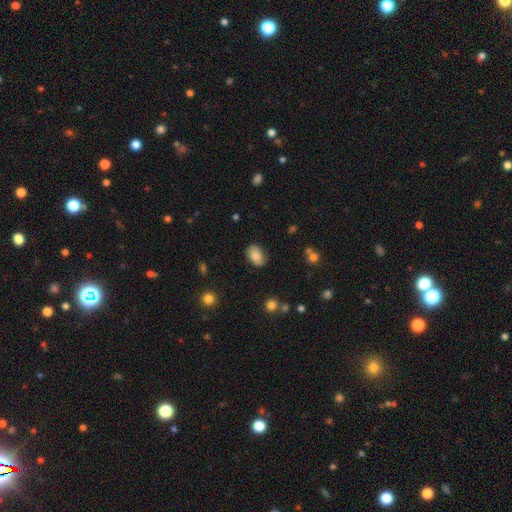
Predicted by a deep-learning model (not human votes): smooth-or-featured: smooth: 76% | featured or disk: 17% | star or artifact: 8%
  how-rounded: in between: 86% | round: 12% | cigar-shaped: 1%
  merging: none: 79% | minor disturbance: 16% | major disturbance: 3% | merger: 2%